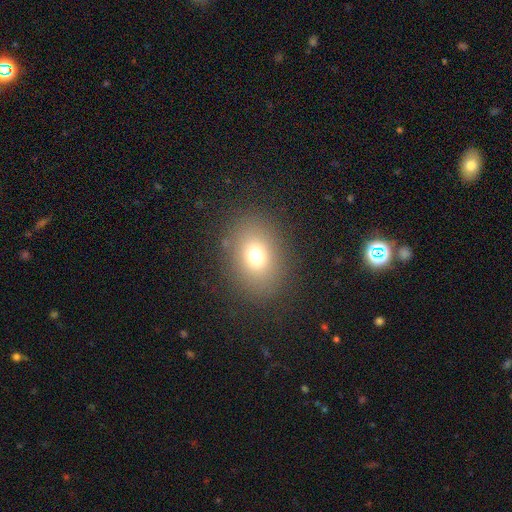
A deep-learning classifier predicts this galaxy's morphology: Smooth or featured? Predicted: smooth (p=0.73). How rounded? Predicted: in between (p=0.61). Merging? Predicted: none (p=0.85).